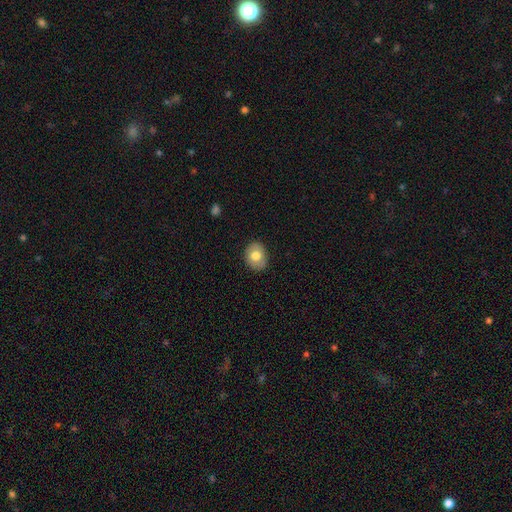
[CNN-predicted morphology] Smooth or featured: smooth — 76% (featured or disk — 17%)
How rounded: round — 55% (in between — 44%)
Merging: none — 87% (minor disturbance — 10%)